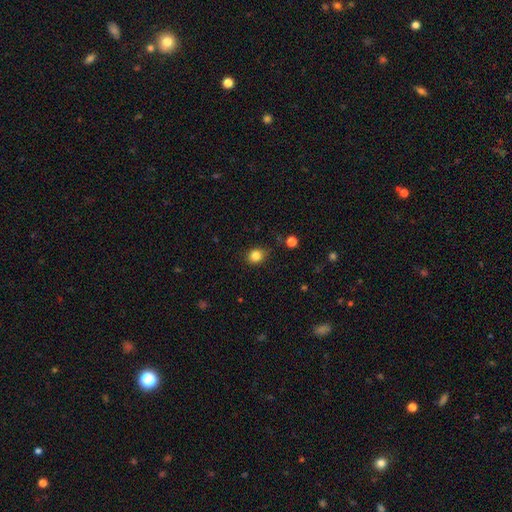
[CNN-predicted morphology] The model was most divided on "how rounded": round: 75%, in between: 24%, cigar-shaped: 1%. More confident: smooth or featured — smooth (85%); merging — none (79%).